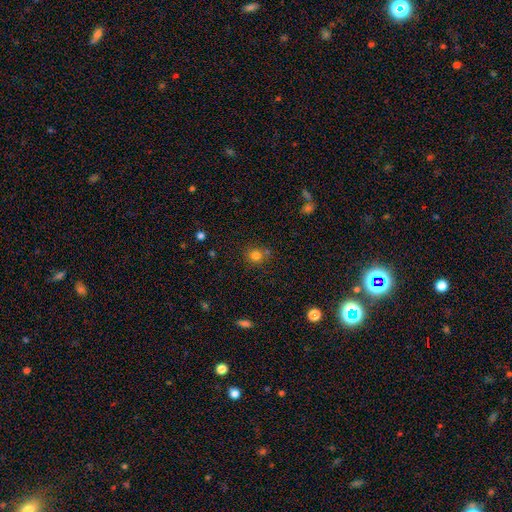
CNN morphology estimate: Smooth or featured? Predicted: smooth (p=0.79). How rounded? Predicted: round (p=0.86). Merging? Predicted: none (p=0.72).